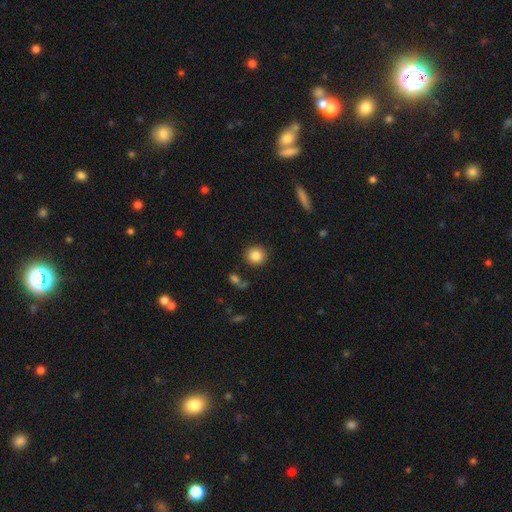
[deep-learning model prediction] smooth-or-featured: smooth: 85% | star or artifact: 9% | featured or disk: 6%
  how-rounded: round: 89% | in between: 10% | cigar-shaped: 1%
  merging: none: 88% | minor disturbance: 7% | merger: 3% | major disturbance: 2%